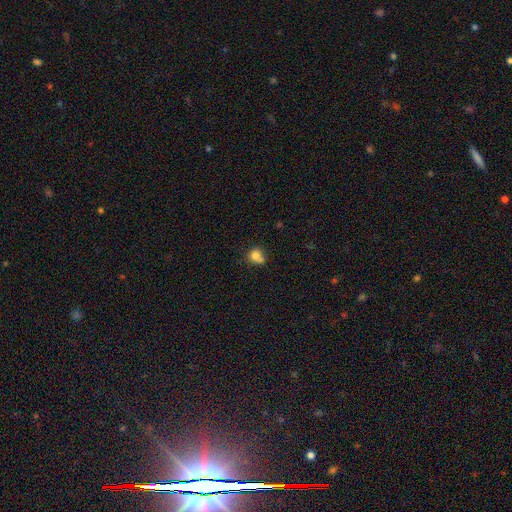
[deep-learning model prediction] Smooth or featured: smooth — 77% (featured or disk — 12%)
How rounded: round — 79% (in between — 20%)
Merging: none — 43% (merger — 37%)